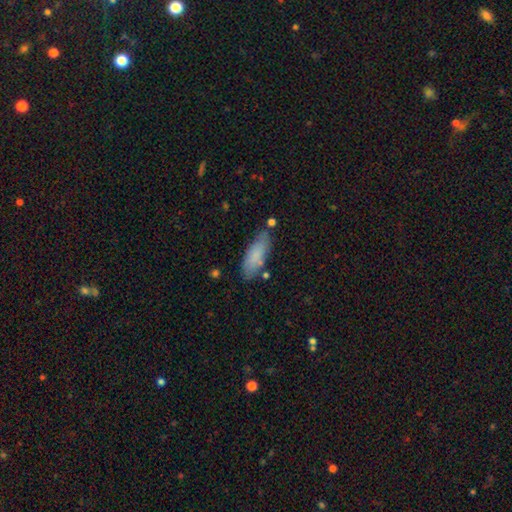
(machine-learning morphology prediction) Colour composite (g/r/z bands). It shows a smooth galaxy with no disk features (82%) that is in between round and cigar-shaped (66%). Merging: none (75%).